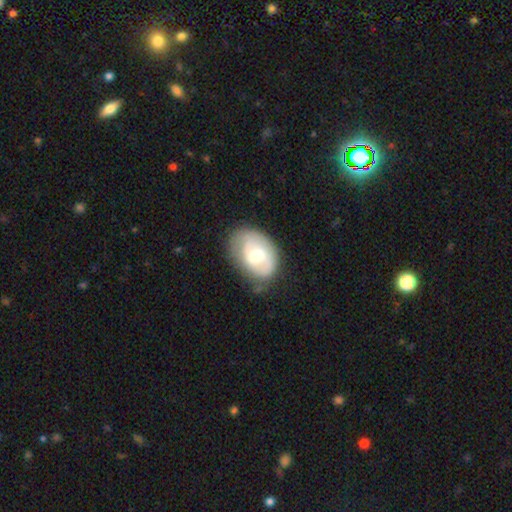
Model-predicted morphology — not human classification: Smooth or featured: featured or disk — 48% (smooth — 46%)
Merging: none — 62% (minor disturbance — 26%)